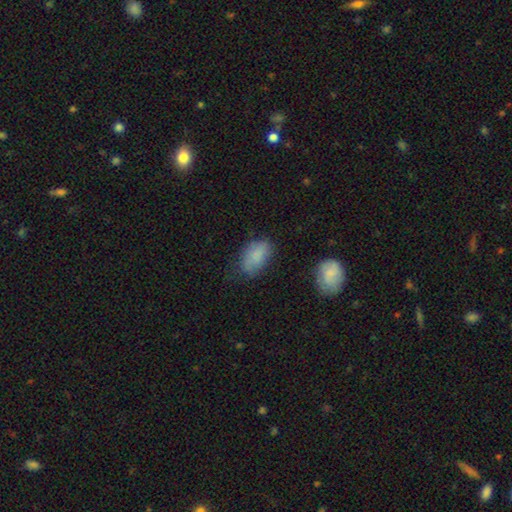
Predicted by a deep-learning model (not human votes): The model was most divided on "merging": none: 61%, minor disturbance: 27%, major disturbance: 8%, merger: 3%. More confident: how rounded — in between (92%); smooth or featured — smooth (81%).